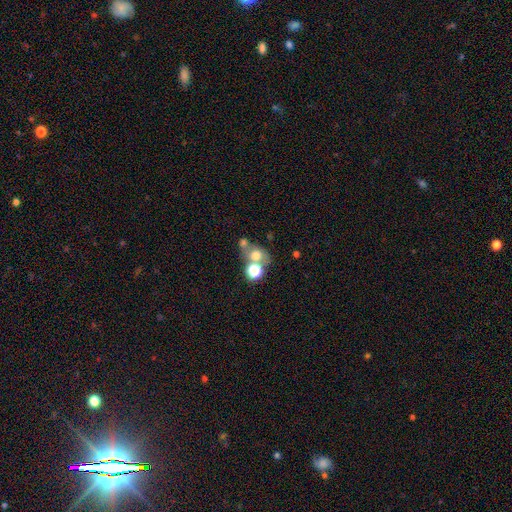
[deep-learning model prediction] Morphology: type=smooth (62%); roundness=round (63%); merging=merger (43%).